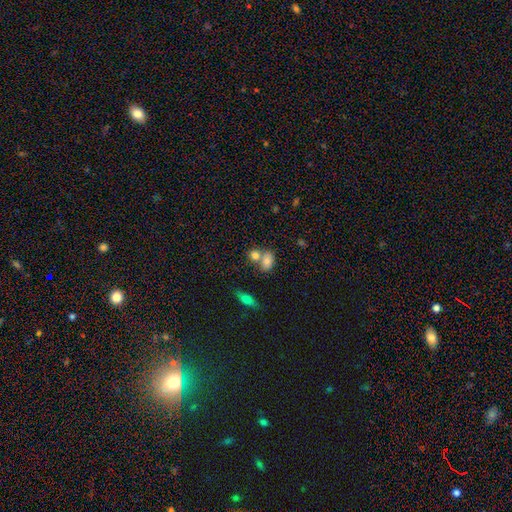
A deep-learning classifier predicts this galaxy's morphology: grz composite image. It shows a smooth galaxy with no disk features (77%) that is round (54%). Merging: merger (49%).